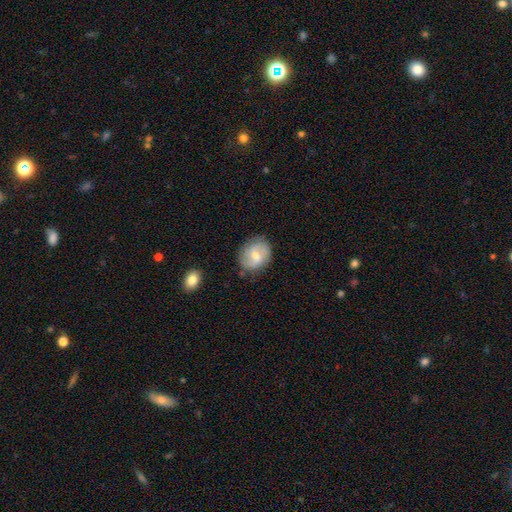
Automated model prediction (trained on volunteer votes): Smooth or featured? Predicted: featured or disk (p=0.52). Edge-on disk? Predicted: no (p=0.97). Bar? Predicted: weak (p=0.54). Spiral arms? Predicted: yes (p=0.81). Bulge size? Predicted: moderate (p=0.55). Merging? Predicted: none (p=0.78).